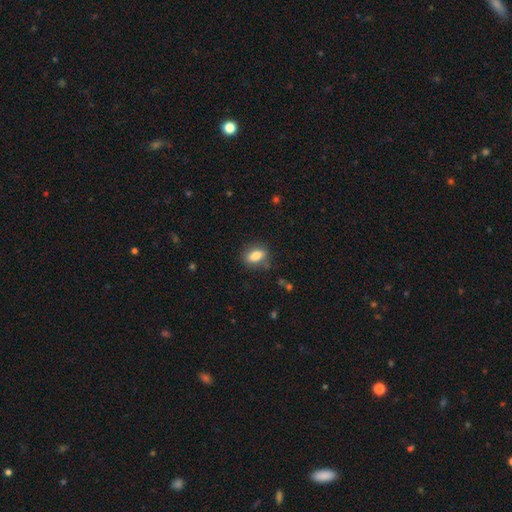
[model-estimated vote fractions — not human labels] Smooth or featured? Predicted: smooth (p=0.81). How rounded? Predicted: in between (p=0.81). Merging? Predicted: none (p=0.79).